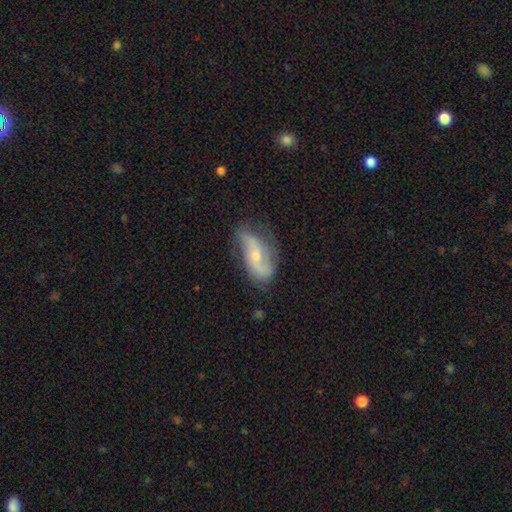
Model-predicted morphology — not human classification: Smooth or featured: featured or disk — 71% (smooth — 22%)
Edge-on disk: no — 92% (yes — 8%)
Bar: no — 54% (weak — 32%)
Spiral arms: yes — 89% (no — 11%)
Spiral winding: loose — 57% (medium — 30%)
Spiral arm count: 2 — 83% (can't tell — 9%)
Bulge size: small — 55% (moderate — 40%)
Merging: none — 60% (minor disturbance — 27%)